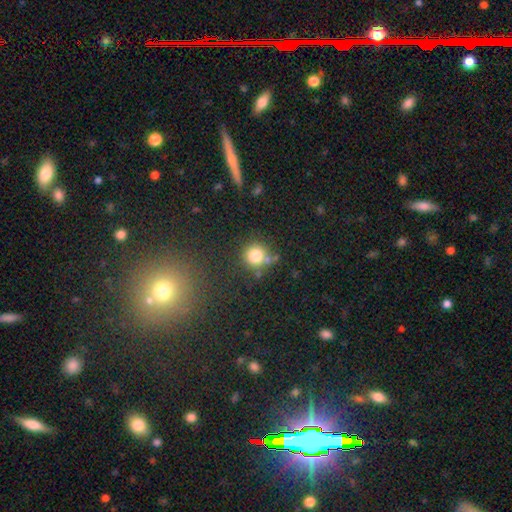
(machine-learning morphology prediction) Q: Smooth or featured?
A: smooth (81%); runner-up: star or artifact (12%)
Q: How rounded?
A: round (91%); runner-up: in between (8%)
Q: Merging?
A: none (70%); runner-up: minor disturbance (13%)